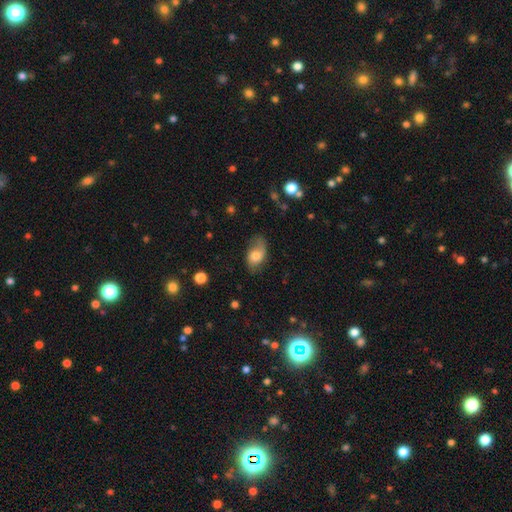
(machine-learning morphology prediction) This is likely a smooth galaxy (61%). How rounded: clearly in between (87%). Merging: possibly none (55%).